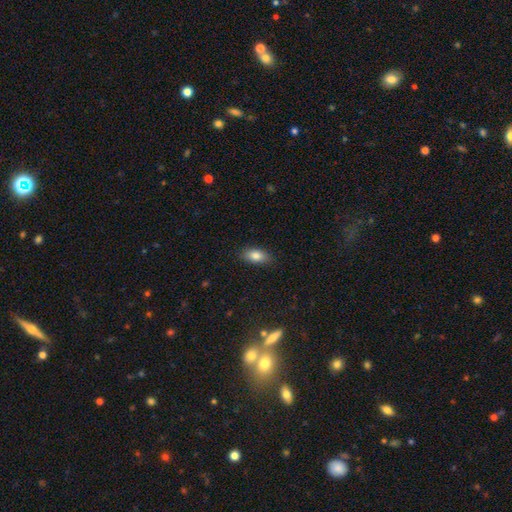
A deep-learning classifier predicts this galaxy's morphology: Smooth or featured: smooth — 83% (featured or disk — 9%)
How rounded: in between — 88% (cigar-shaped — 7%)
Merging: none — 87% (minor disturbance — 10%)